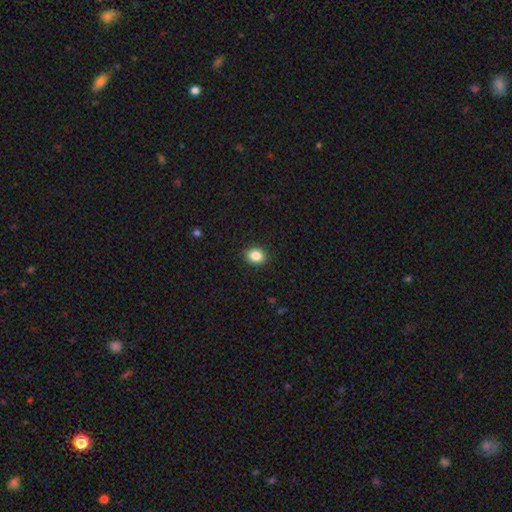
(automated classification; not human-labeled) Q: Smooth or featured?
A: smooth (86%); runner-up: star or artifact (9%)
Q: How rounded?
A: in between (54%); runner-up: round (45%)
Q: Merging?
A: none (91%); runner-up: minor disturbance (6%)